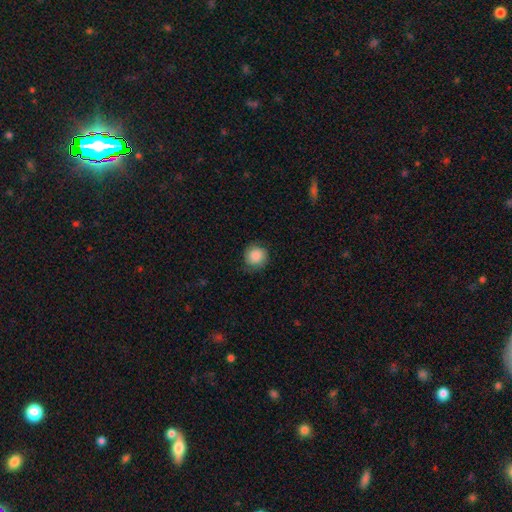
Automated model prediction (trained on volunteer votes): smooth-or-featured: smooth: 80% | featured or disk: 13% | star or artifact: 8%
  how-rounded: round: 88% | in between: 11% | cigar-shaped: 1%
  merging: none: 79% | minor disturbance: 15% | major disturbance: 5% | merger: 1%